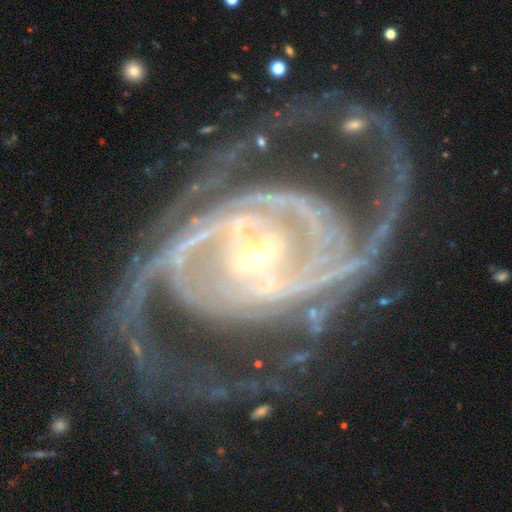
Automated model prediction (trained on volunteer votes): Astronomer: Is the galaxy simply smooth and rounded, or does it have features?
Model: featured or disk — 92%.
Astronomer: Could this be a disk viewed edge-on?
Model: no — 97%.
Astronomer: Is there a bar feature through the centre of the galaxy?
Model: strong — 35% (runner-up: no, 33%).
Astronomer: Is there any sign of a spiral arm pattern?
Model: yes — 96%.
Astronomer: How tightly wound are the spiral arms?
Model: medium — 47% (runner-up: tight, 36%).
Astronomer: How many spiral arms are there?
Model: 2 — 65%.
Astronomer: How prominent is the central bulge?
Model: small — 68%.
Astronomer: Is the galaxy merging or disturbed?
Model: none — 59%.